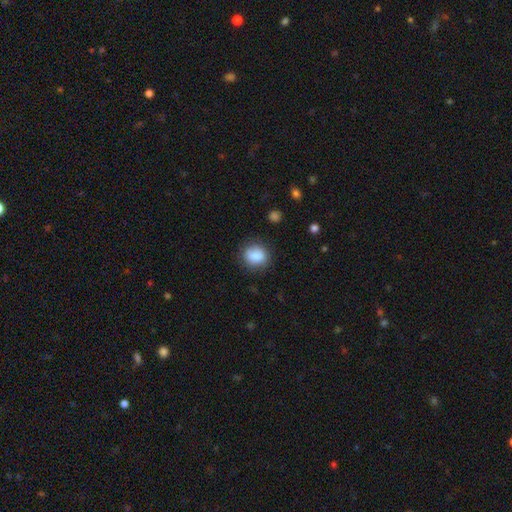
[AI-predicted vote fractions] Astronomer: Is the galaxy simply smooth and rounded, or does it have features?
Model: smooth — 87%.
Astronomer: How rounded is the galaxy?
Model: round — 69%.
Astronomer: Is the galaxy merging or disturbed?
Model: none — 81%.